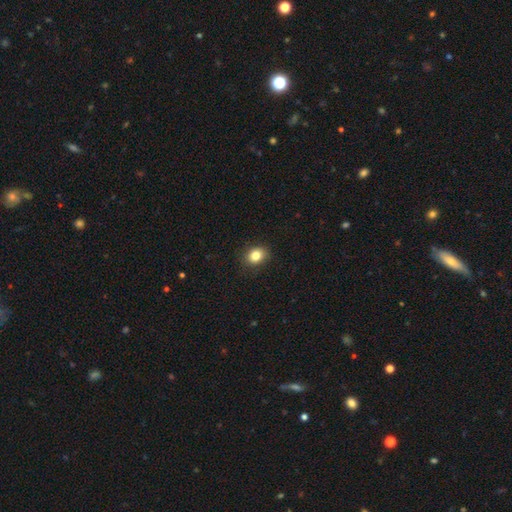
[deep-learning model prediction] Q: Smooth or featured?
A: smooth (83%); runner-up: star or artifact (11%)
Q: How rounded?
A: round (54%); runner-up: in between (45%)
Q: Merging?
A: none (88%); runner-up: minor disturbance (9%)